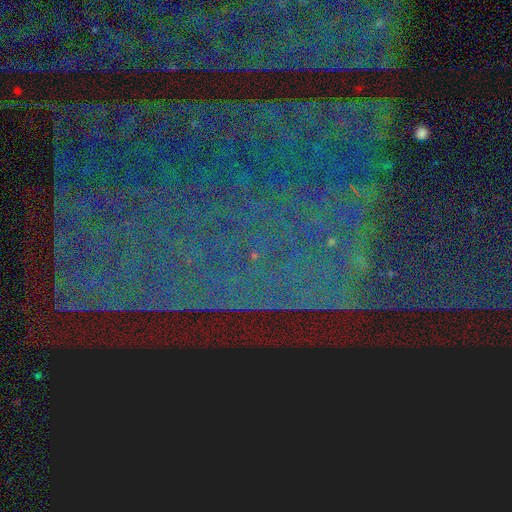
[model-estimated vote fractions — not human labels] smooth-or-featured: star or artifact: 88% | featured or disk: 6% | smooth: 5%